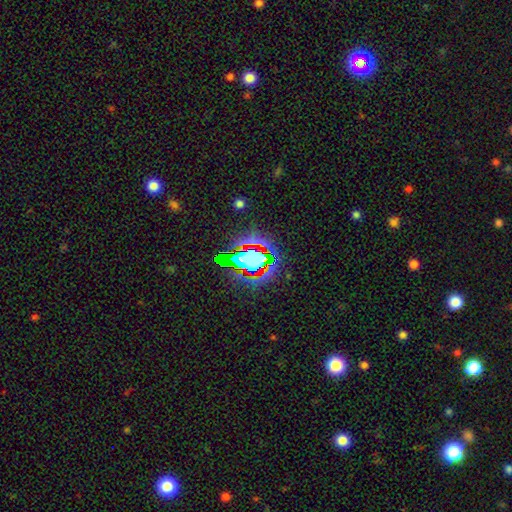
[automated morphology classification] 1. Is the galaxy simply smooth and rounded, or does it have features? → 56% star or artifact, 27% smooth, 17% featured or disk.